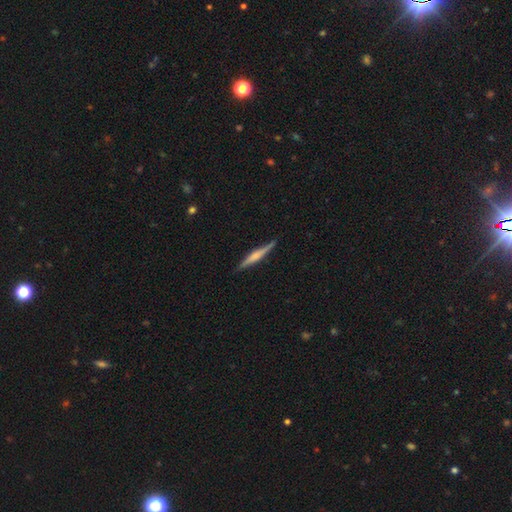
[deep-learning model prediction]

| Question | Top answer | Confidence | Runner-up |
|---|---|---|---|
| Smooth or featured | featured or disk | 63% | smooth (32%) |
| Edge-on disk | yes | 98% | no (2%) |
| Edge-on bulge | rounded | 53% | boxy (29%) |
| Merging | none | 89% | minor disturbance (8%) |